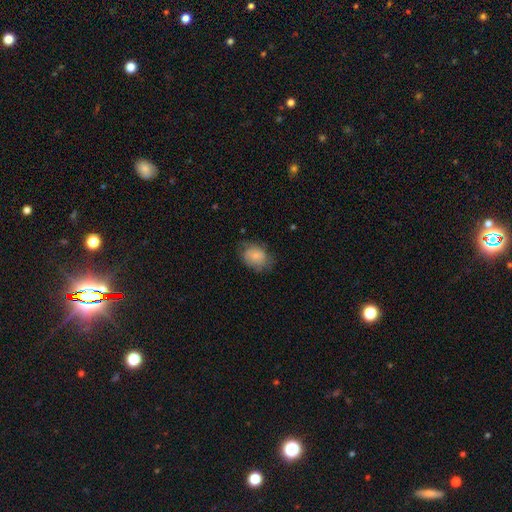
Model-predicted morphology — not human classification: This is likely a smooth galaxy (65%). How rounded: possibly in between (57%). Merging: possibly none (60%).